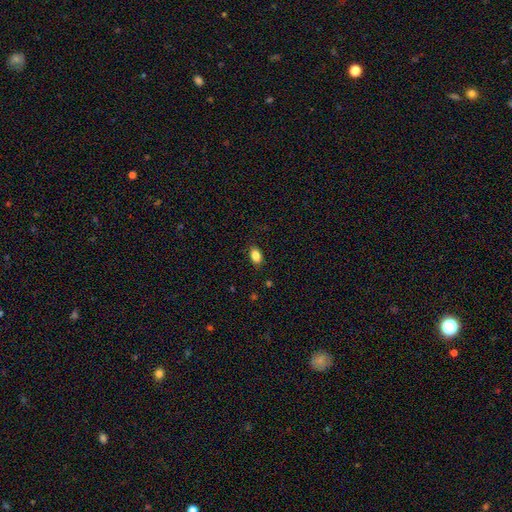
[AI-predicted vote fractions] A smooth galaxy with no disk features (86%) that is in between round and cigar-shaped (86%).

Vote fractions:
- Smooth or featured? smooth: 86% / star or artifact: 9% / featured or disk: 5%
- How rounded? in between: 86% / round: 12% / cigar-shaped: 2%
- Merging? none: 87% / minor disturbance: 10% / major disturbance: 2% / merger: 1%